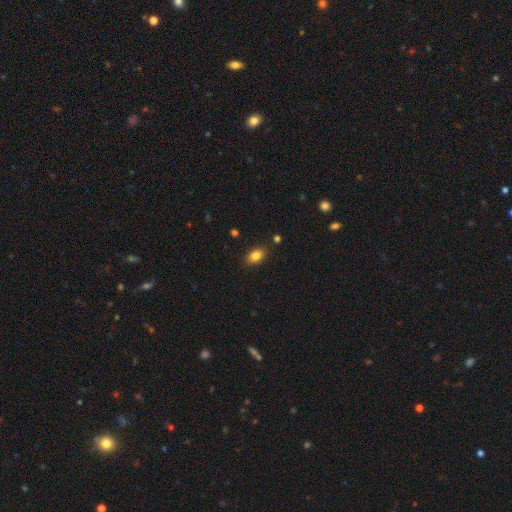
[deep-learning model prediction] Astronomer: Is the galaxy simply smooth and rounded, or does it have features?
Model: smooth — 85%.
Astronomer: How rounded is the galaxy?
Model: in between — 85%.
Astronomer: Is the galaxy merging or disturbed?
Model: none — 86%.